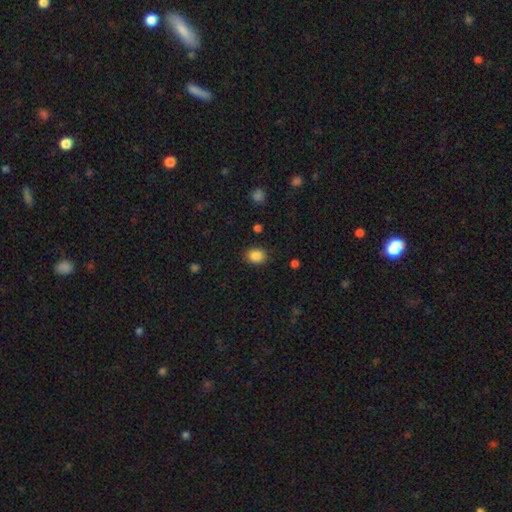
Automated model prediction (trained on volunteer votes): This is clearly a smooth galaxy (87%). How rounded: possibly in between (52%). Merging: clearly none (86%).